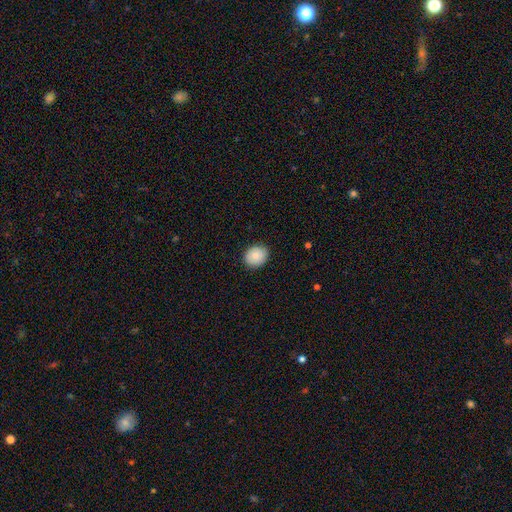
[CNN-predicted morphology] Q: Smooth or featured?
A: smooth (86%); runner-up: star or artifact (7%)
Q: How rounded?
A: round (59%); runner-up: in between (40%)
Q: Merging?
A: none (88%); runner-up: minor disturbance (10%)